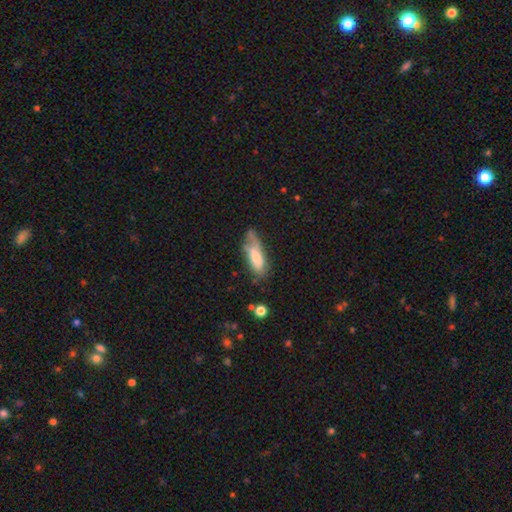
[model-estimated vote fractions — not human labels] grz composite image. It shows a smooth galaxy with no disk features (57%) that is in between round and cigar-shaped (58%). Merging: none (49%).